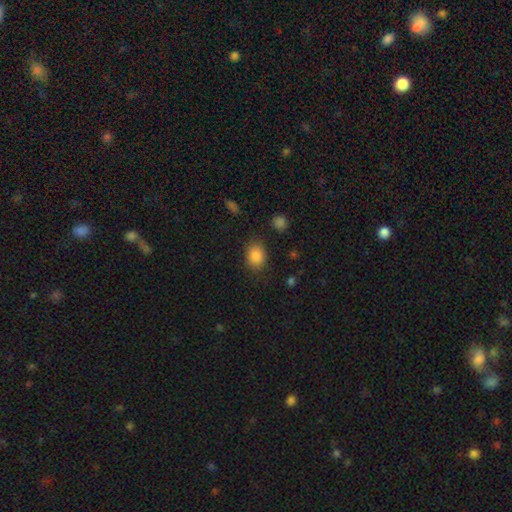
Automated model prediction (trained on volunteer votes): smooth-or-featured: smooth: 86% | star or artifact: 9% | featured or disk: 4%
  how-rounded: in between: 61% | round: 38% | cigar-shaped: 1%
  merging: none: 80% | minor disturbance: 13% | major disturbance: 4% | merger: 2%